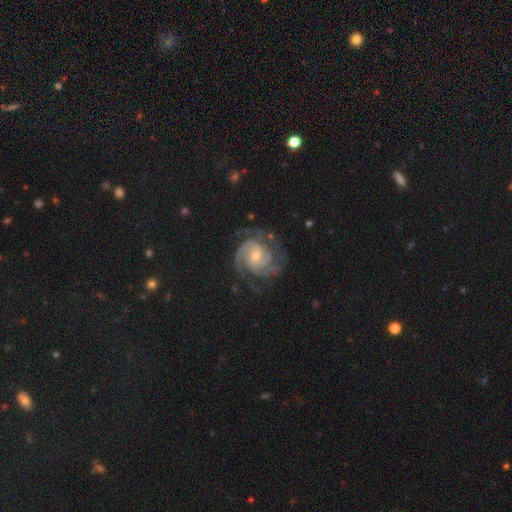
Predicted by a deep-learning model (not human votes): Overall: featured or disk (91%). Edge-on disk: no (98%). Bar: no (49%; weak 40%). Spiral arms: yes (98%). Spiral arm count: 3 (38%; 2 28%). Spiral winding: tight (57%; medium 37%). Bulge size: small (55%; moderate 41%). Merging: none (72%).